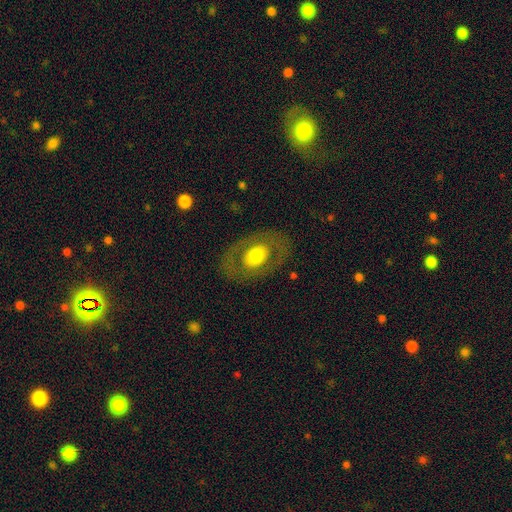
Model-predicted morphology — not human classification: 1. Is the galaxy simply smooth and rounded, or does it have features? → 51% smooth, 43% featured or disk, 6% star or artifact.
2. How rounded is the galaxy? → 74% in between, 25% round, 1% cigar-shaped.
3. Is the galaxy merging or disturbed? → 81% none, 11% minor disturbance, 7% major disturbance, 1% merger.